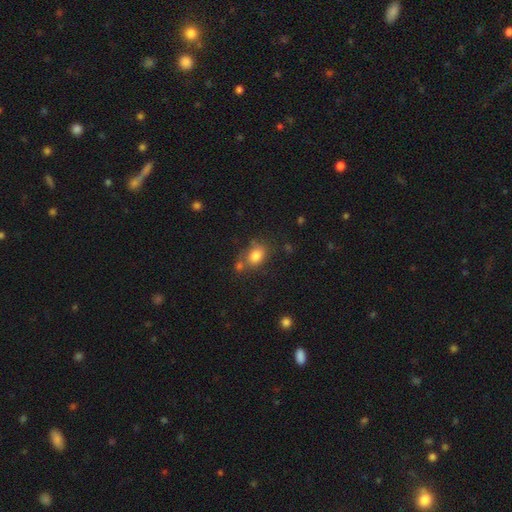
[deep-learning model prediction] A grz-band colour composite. It shows a smooth galaxy with no disk features (81%) that is in between round and cigar-shaped (67%). Merging: none (58%).